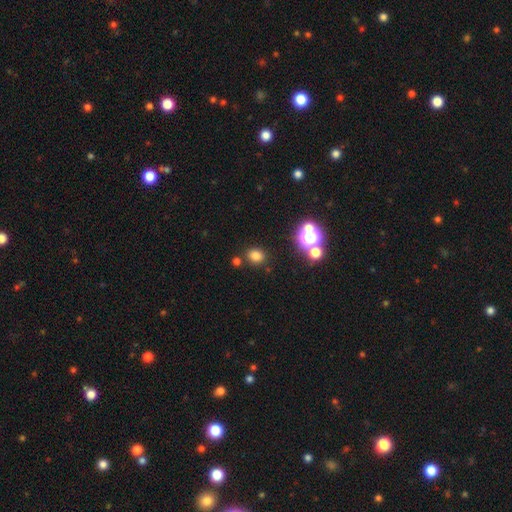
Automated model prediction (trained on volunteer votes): smooth_or_featured: smooth (p=0.75) [alt: star or artifact p=0.19]
how_rounded: round (p=0.72) [alt: in between p=0.27]
merging: none (p=0.83) [alt: minor disturbance p=0.08]